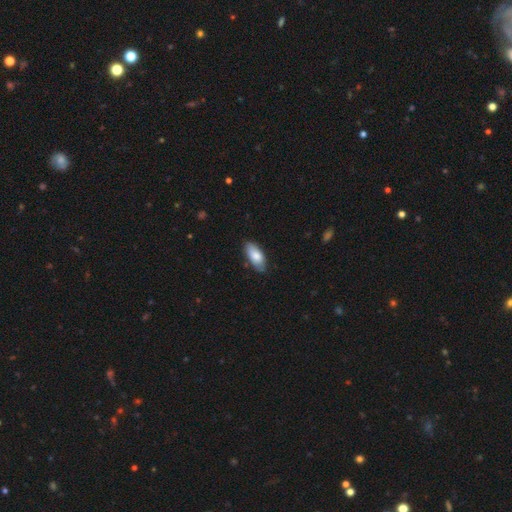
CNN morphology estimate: This is clearly a smooth galaxy (82%). How rounded: clearly in between (88%). Merging: likely none (80%).